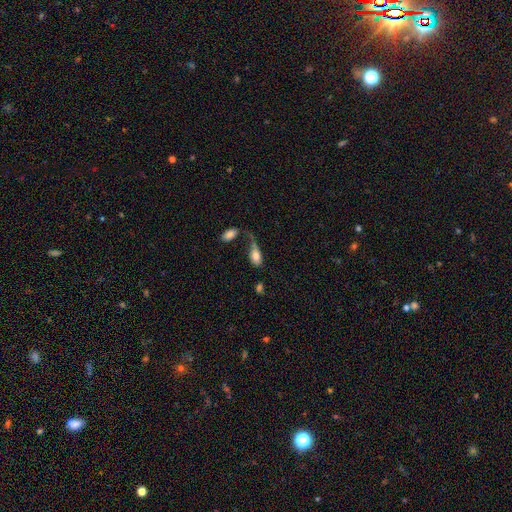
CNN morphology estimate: A smooth galaxy with no disk features (75%) that is in between round and cigar-shaped (87%).

Vote fractions:
- Smooth or featured? smooth: 75% / featured or disk: 17% / star or artifact: 8%
- How rounded? in between: 87% / cigar-shaped: 7% / round: 6%
- Merging? major disturbance: 32% / merger: 26% / none: 24% / minor disturbance: 18%